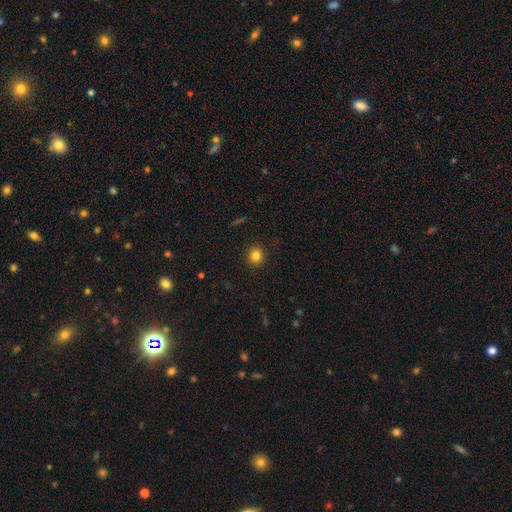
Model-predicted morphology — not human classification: Smooth or featured? smooth (82%)
How rounded? round (86%)
Merging? none (91%)